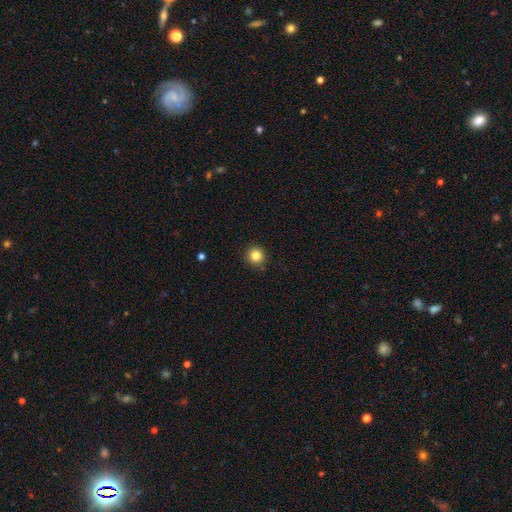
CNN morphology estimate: type=smooth (83%); roundness=round (95%); merging=none (90%).